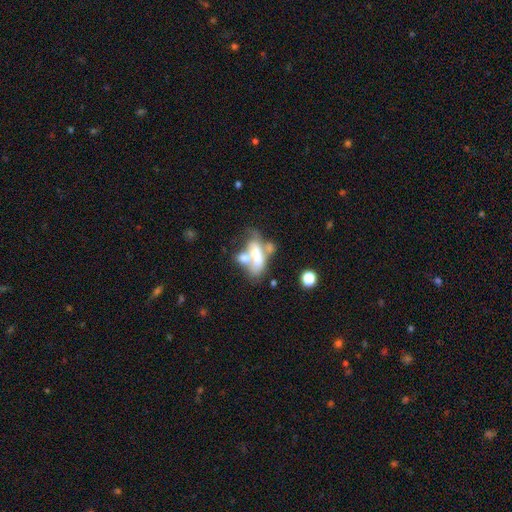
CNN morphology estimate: This appears to be a smooth galaxy with no disk features (45%). Merging: merger (57%).